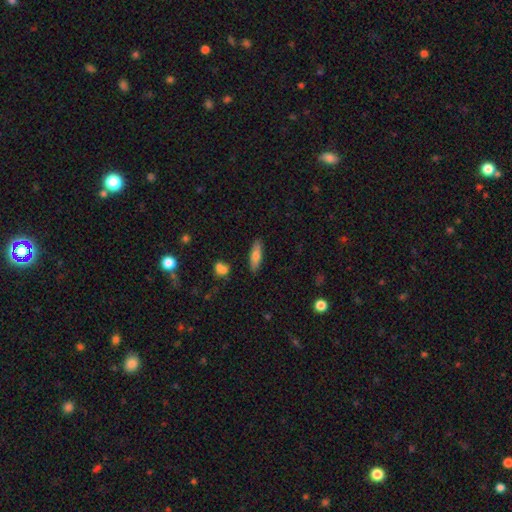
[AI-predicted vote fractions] Morphology: type=smooth (72%); roundness=cigar-shaped (53%); merging=none (85%).